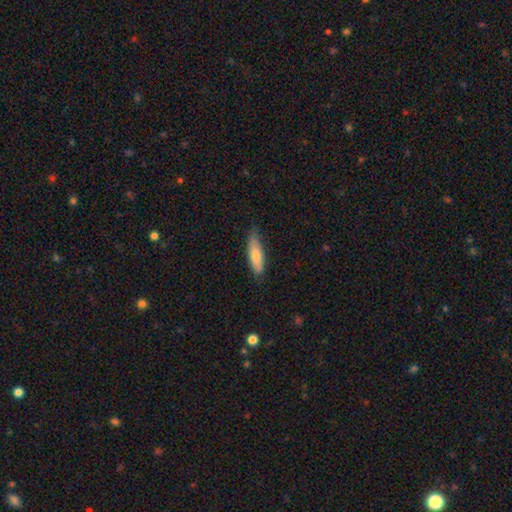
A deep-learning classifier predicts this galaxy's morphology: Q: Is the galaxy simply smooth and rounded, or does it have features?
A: smooth — 72%.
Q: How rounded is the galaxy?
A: cigar-shaped — 65%.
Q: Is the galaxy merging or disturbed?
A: none — 76%.